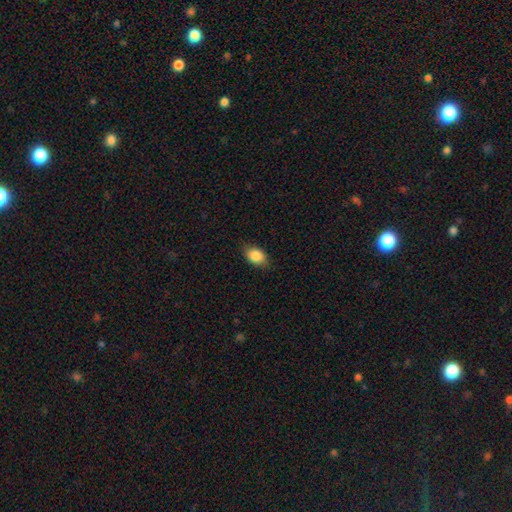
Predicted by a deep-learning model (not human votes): Smooth or featured: smooth — 87% (star or artifact — 8%)
How rounded: in between — 80% (round — 19%)
Merging: none — 81% (minor disturbance — 15%)